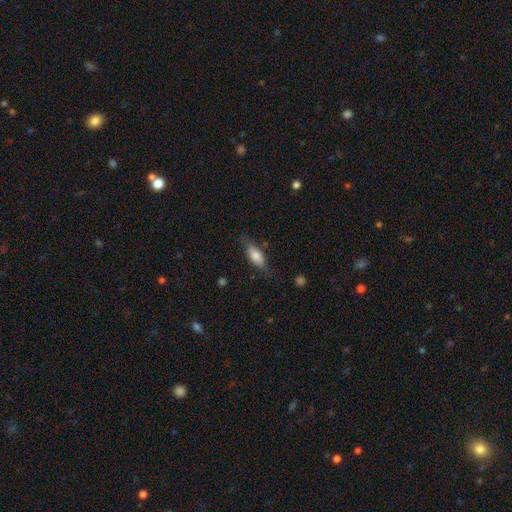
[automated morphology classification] smooth-or-featured: smooth: 72% | featured or disk: 22% | star or artifact: 7%
  how-rounded: in between: 70% | cigar-shaped: 28% | round: 3%
  merging: none: 72% | minor disturbance: 21% | major disturbance: 6% | merger: 2%